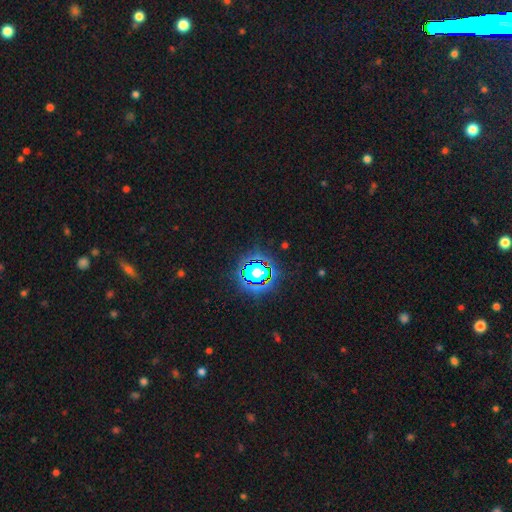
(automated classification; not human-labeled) smooth-or-featured: star or artifact: 84% | smooth: 10% | featured or disk: 6%